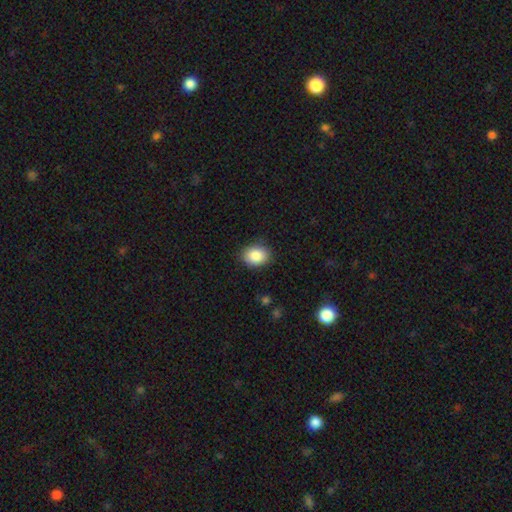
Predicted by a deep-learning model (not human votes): Overall: smooth (86%). How rounded: in between (61%; round 38%). Merging: none (87%).